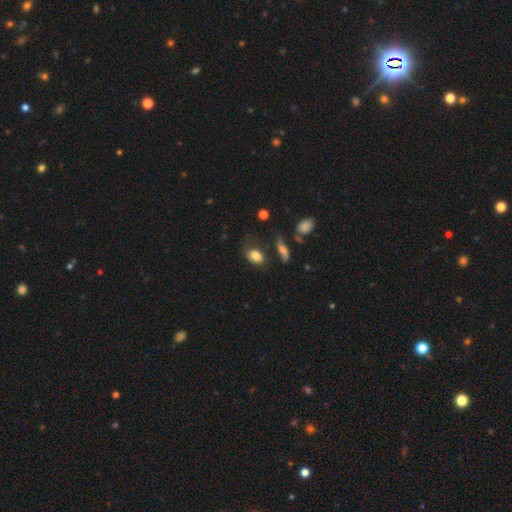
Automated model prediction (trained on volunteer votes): A smooth galaxy with no disk features (81%) that is in between round and cigar-shaped (83%). Merging: none (57%).